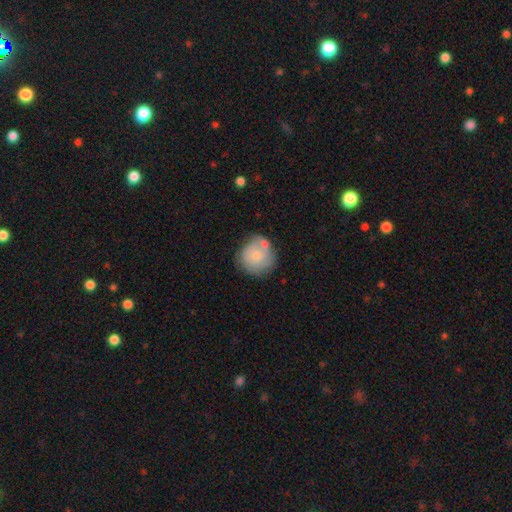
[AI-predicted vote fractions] A smooth galaxy with no disk features (62%) that is round (87%).

Vote fractions:
- Smooth or featured? smooth: 62% / featured or disk: 32% / star or artifact: 7%
- How rounded? round: 87% / in between: 12% / cigar-shaped: 1%
- Merging? none: 51% / minor disturbance: 23% / merger: 18% / major disturbance: 8%